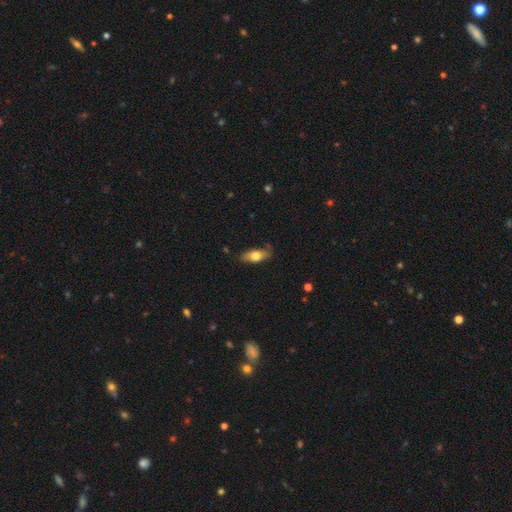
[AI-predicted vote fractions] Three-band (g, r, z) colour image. It shows a smooth galaxy with no disk features (68%) that is in between round and cigar-shaped (79%). Merging: none (74%).